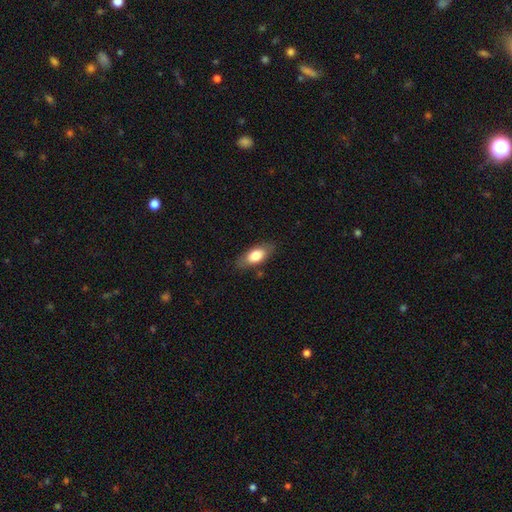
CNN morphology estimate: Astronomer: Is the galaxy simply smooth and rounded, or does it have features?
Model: smooth — 75%.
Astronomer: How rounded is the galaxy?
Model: in between — 85%.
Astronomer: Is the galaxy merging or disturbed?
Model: none — 80%.